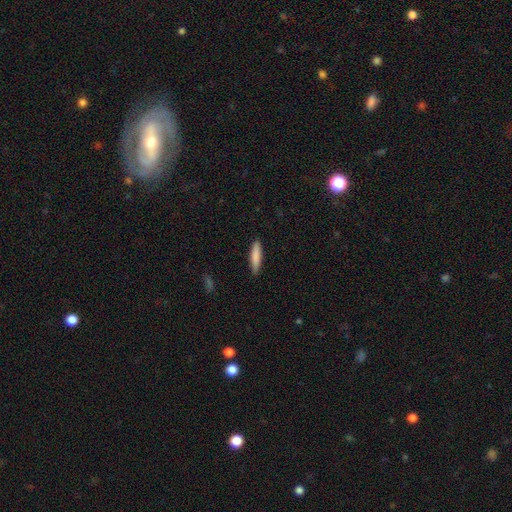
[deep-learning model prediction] smooth-or-featured: smooth: 83% | featured or disk: 11% | star or artifact: 6%
  how-rounded: cigar-shaped: 83% | in between: 16% | round: 1%
  merging: none: 88% | minor disturbance: 10% | major disturbance: 2% | merger: 1%